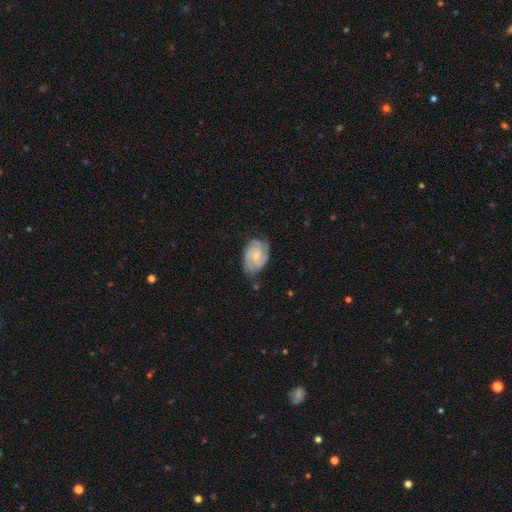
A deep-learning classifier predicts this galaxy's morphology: Q: Smooth or featured?
A: featured or disk (88%); runner-up: smooth (7%)
Q: Edge-on disk?
A: no (98%); runner-up: yes (2%)
Q: Bar?
A: no (59%); runner-up: weak (34%)
Q: Spiral arms?
A: yes (98%); runner-up: no (2%)
Q: Spiral winding?
A: tight (61%); runner-up: medium (34%)
Q: Spiral arm count?
A: 2 (41%); runner-up: 3 (40%)
Q: Bulge size?
A: small (64%); runner-up: moderate (30%)
Q: Merging?
A: none (71%); runner-up: minor disturbance (22%)